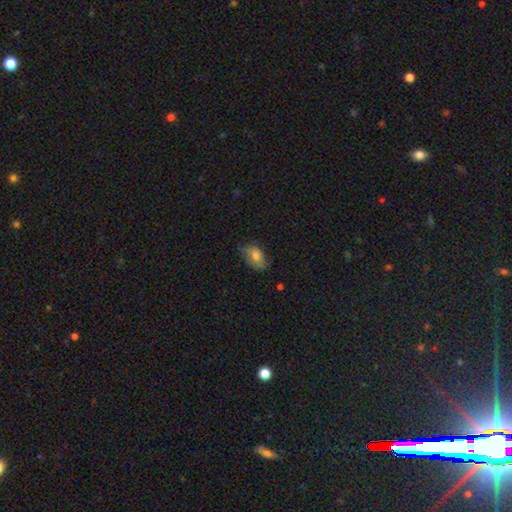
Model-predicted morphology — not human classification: Smooth or featured: smooth — 68% (featured or disk — 24%)
How rounded: in between — 86% (round — 12%)
Merging: none — 61% (minor disturbance — 29%)